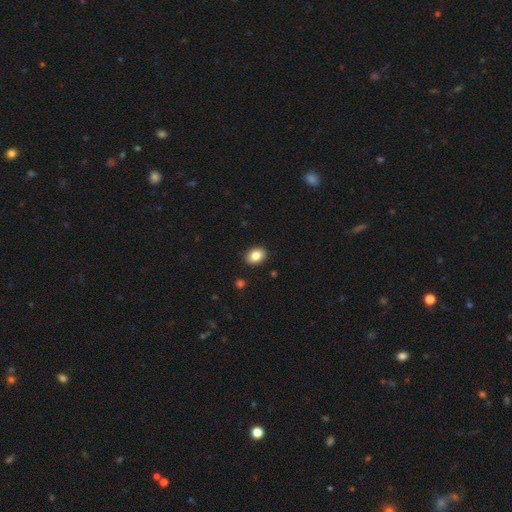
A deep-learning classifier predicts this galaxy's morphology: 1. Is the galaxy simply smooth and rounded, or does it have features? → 84% smooth, 9% star or artifact, 7% featured or disk.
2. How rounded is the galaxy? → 65% in between, 34% round, 1% cigar-shaped.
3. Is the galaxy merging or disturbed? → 90% none, 7% minor disturbance, 2% major disturbance, 1% merger.